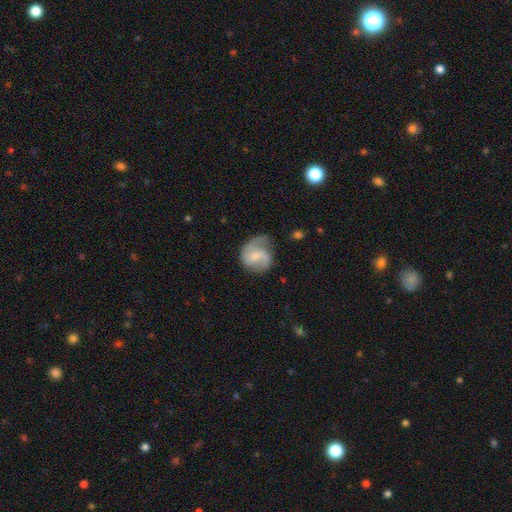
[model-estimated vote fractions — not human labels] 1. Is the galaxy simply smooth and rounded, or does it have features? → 70% featured or disk, 24% smooth, 6% star or artifact.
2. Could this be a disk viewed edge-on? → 98% no, 2% yes.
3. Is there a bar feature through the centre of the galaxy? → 53% no, 39% weak, 8% strong.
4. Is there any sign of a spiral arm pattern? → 93% yes, 7% no.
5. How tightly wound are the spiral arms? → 48% medium, 32% loose, 20% tight.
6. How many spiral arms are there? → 75% 2, 13% 1, 7% can't tell, 3% 3, 1% 4, 1% more than 4.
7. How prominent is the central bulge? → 56% small, 31% moderate, 10% none, 2% large, 1% dominant.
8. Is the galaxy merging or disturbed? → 54% none, 27% minor disturbance, 16% major disturbance, 2% merger.